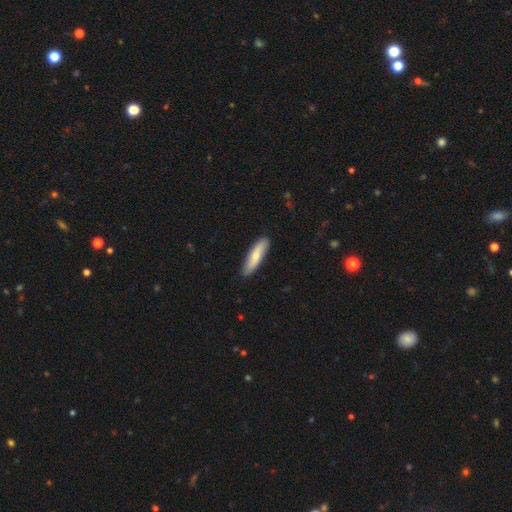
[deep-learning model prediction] smooth-or-featured: smooth: 71% | featured or disk: 24% | star or artifact: 5%
  how-rounded: cigar-shaped: 74% | in between: 24% | round: 2%
  merging: none: 87% | minor disturbance: 10% | major disturbance: 2% | merger: 1%